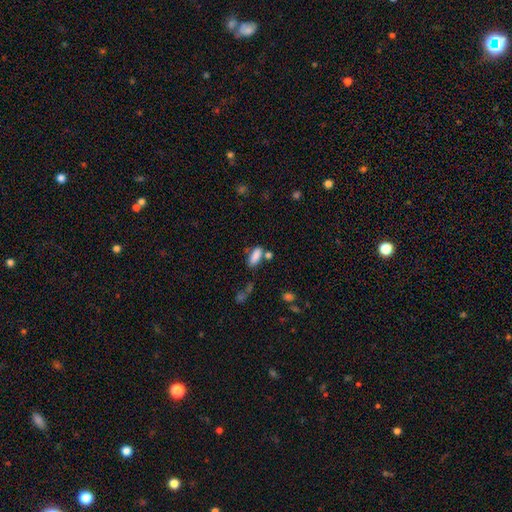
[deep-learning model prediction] This appears to be a smooth galaxy with no disk features (85%) that is in between round and cigar-shaped (77%). Merging: none (61%).